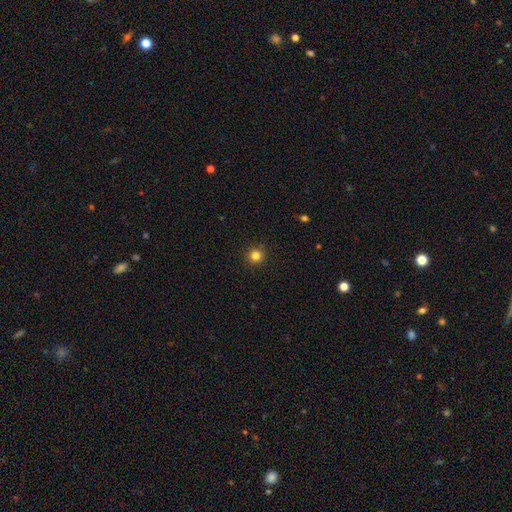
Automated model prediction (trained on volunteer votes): smooth 83%, star or artifact 13%, featured or disk 4%. Down the decision tree: how rounded — round (95%); merging — none (92%).